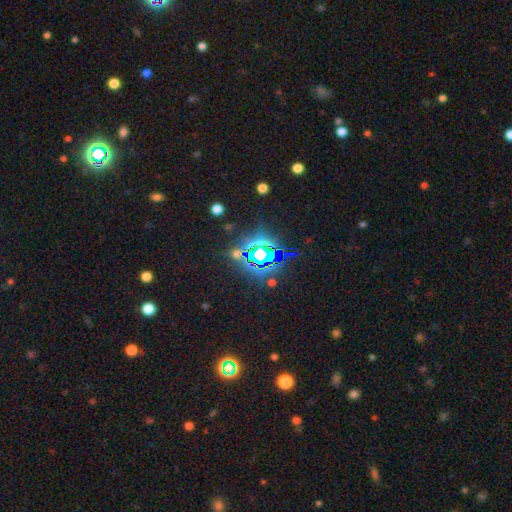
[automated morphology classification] smooth-or-featured: star or artifact: 82% | smooth: 11% | featured or disk: 7%